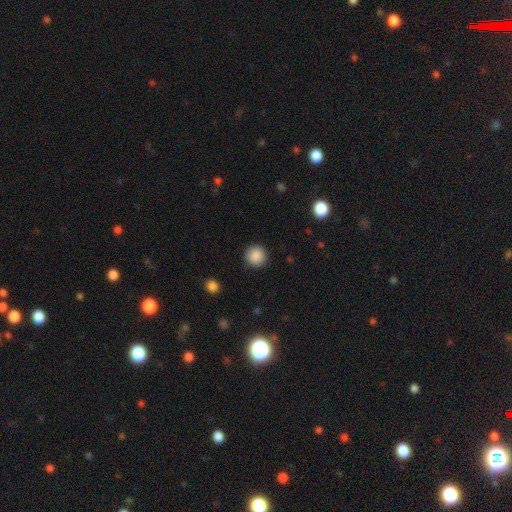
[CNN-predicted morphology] This is clearly a smooth galaxy (88%). How rounded: clearly round (95%). Merging: clearly none (91%).